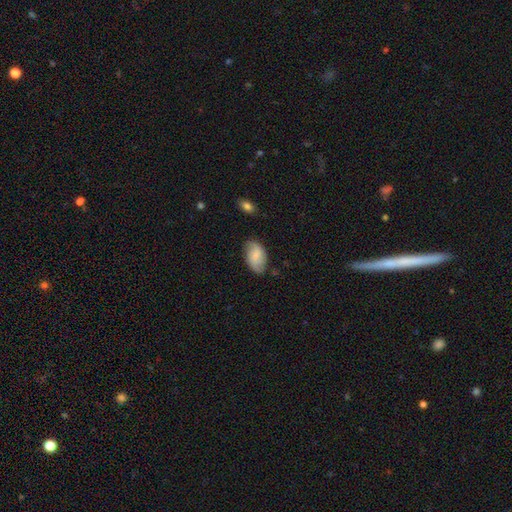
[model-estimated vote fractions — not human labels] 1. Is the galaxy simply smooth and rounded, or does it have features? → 56% smooth, 37% featured or disk, 8% star or artifact.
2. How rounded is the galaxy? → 91% in between, 7% round, 2% cigar-shaped.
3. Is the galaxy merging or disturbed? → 69% none, 24% minor disturbance, 6% major disturbance, 2% merger.